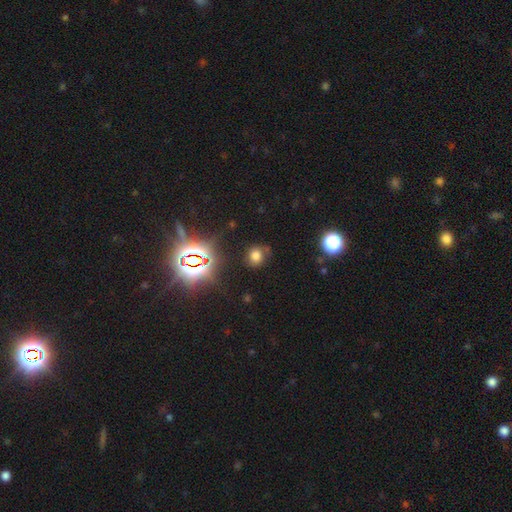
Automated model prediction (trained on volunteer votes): The model was most divided on "smooth or featured": smooth: 66%, star or artifact: 25%, featured or disk: 9%. More confident: how rounded — round (73%); merging — none (71%).